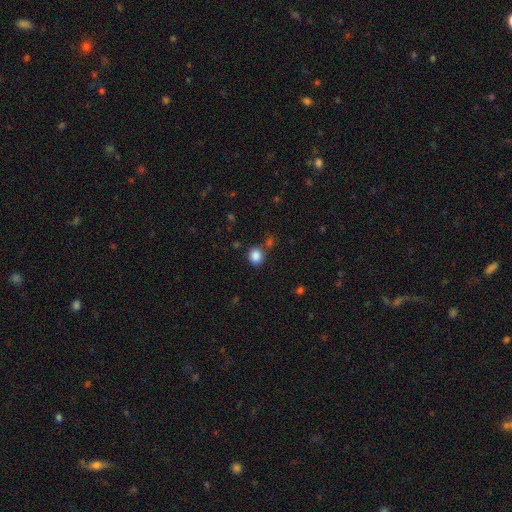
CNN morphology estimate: Smooth or featured?
  - smooth: 86% *
  - star or artifact: 10%
  - featured or disk: 4%
How rounded?
  - round: 69% *
  - in between: 30%
  - cigar-shaped: 1%
Merging?
  - none: 76% *
  - minor disturbance: 11%
  - merger: 9%
  - major disturbance: 4%